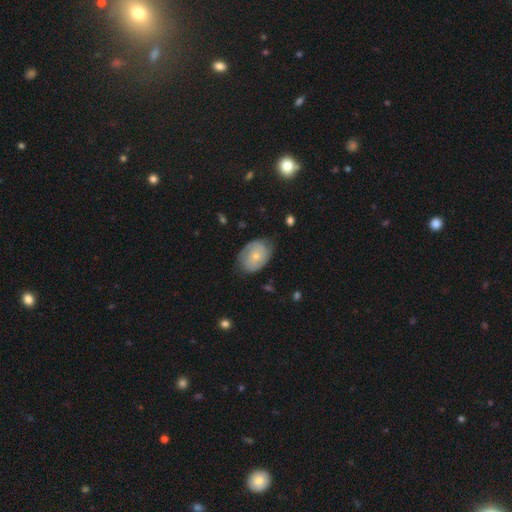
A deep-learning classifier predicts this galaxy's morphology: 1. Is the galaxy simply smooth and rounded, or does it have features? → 48% featured or disk, 45% smooth, 6% star or artifact.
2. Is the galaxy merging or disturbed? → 64% none, 26% minor disturbance, 8% major disturbance, 1% merger.